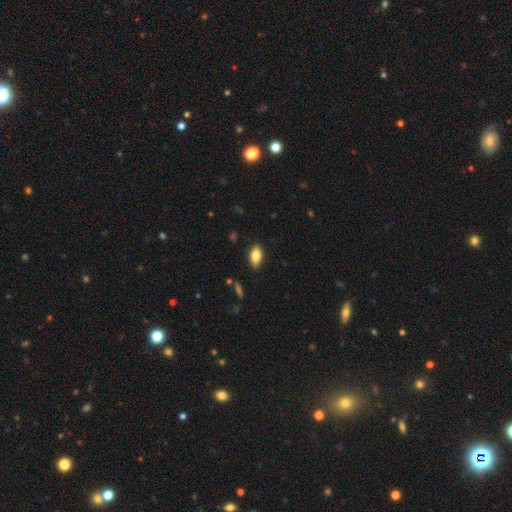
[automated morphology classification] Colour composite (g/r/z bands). It shows a smooth galaxy with no disk features (81%) that is in between round and cigar-shaped (89%). Merging: none (87%).